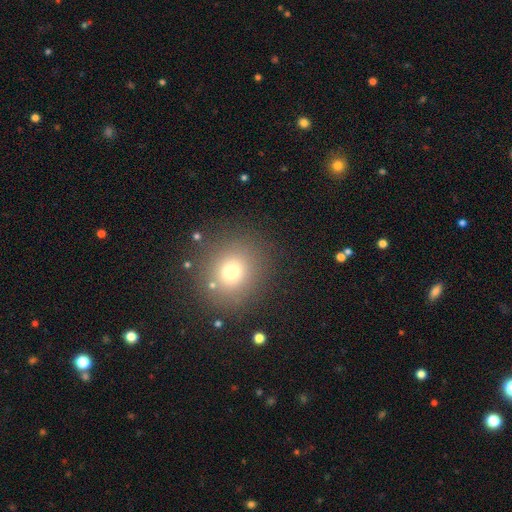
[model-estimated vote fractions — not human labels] Smooth or featured? smooth (62%)
How rounded? round (88%)
Merging? none (89%)